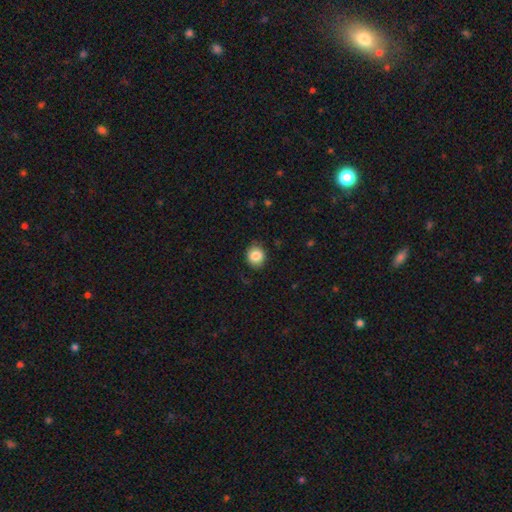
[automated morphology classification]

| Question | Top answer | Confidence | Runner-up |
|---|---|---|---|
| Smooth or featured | smooth | 85% | star or artifact (9%) |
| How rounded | round | 76% | in between (23%) |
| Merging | none | 82% | minor disturbance (14%) |